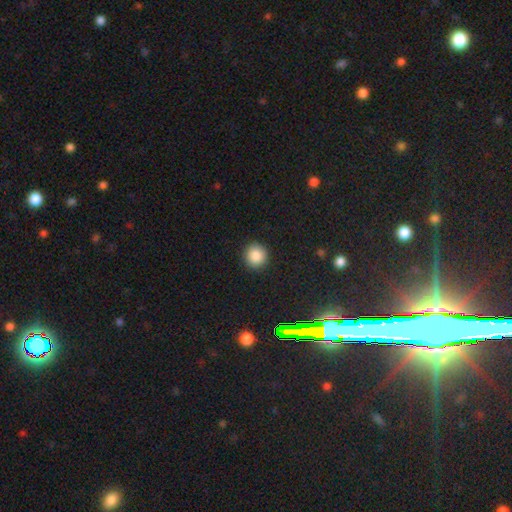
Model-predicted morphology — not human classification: The model was most divided on "smooth or featured": smooth: 86%, star or artifact: 10%, featured or disk: 4%. More confident: how rounded — round (93%); merging — none (92%).